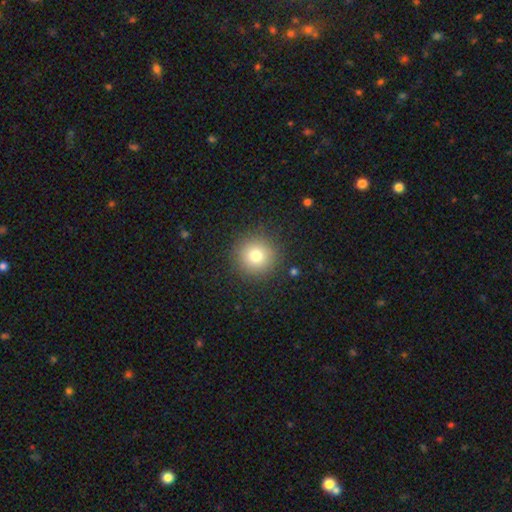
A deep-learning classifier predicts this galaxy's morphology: Smooth or featured? smooth (77%)
How rounded? round (95%)
Merging? none (90%)